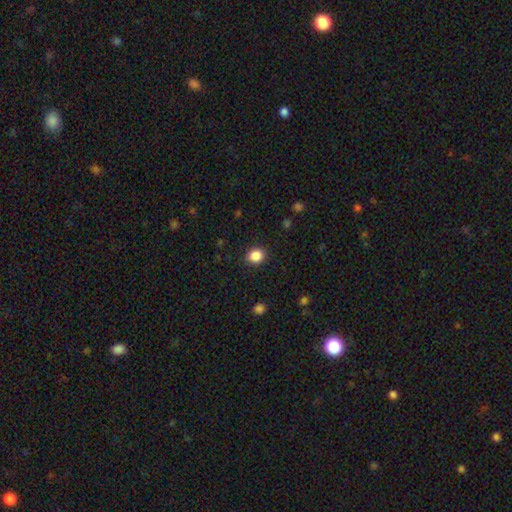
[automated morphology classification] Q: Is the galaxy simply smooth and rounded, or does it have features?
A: smooth — 87%.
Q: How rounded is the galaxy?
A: round — 70%.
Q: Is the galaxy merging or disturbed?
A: none — 88%.